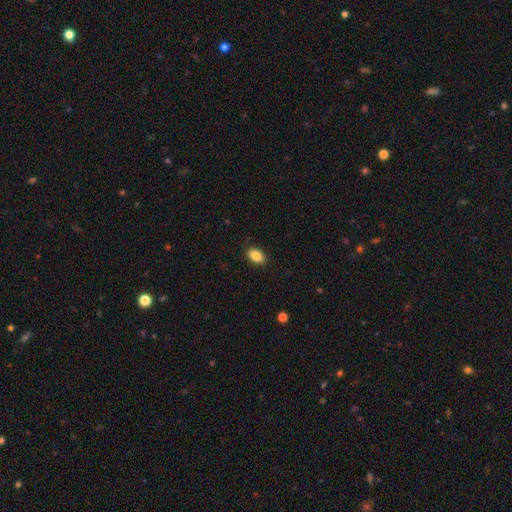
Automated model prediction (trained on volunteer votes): This appears to be a smooth galaxy with no disk features (87%) that is in between round and cigar-shaped (84%). Merging: none (89%).